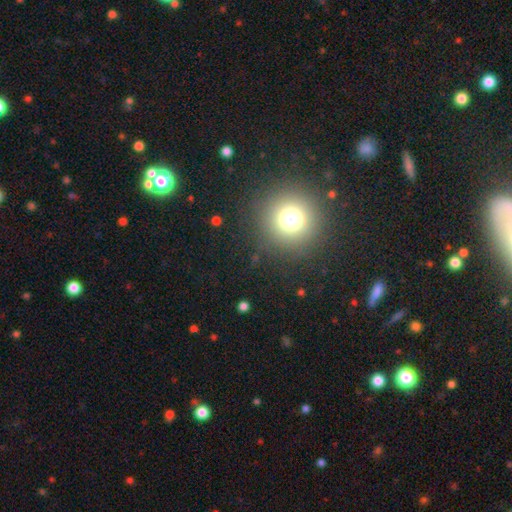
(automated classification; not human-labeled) Smooth or featured? Predicted: smooth (p=0.62). How rounded? Predicted: round (p=0.95). Merging? Predicted: none (p=0.91).